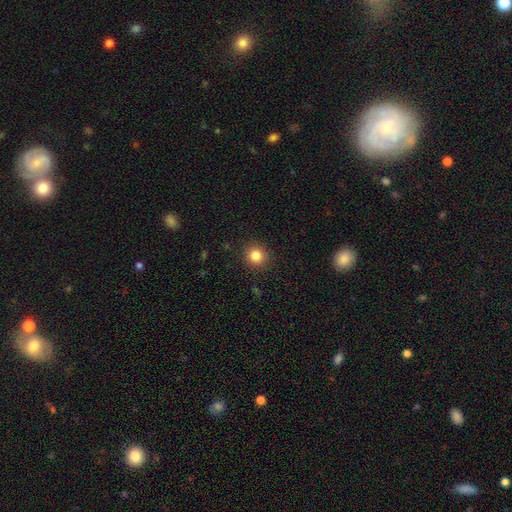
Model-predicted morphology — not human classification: type=smooth (84%); roundness=round (91%); merging=none (90%).